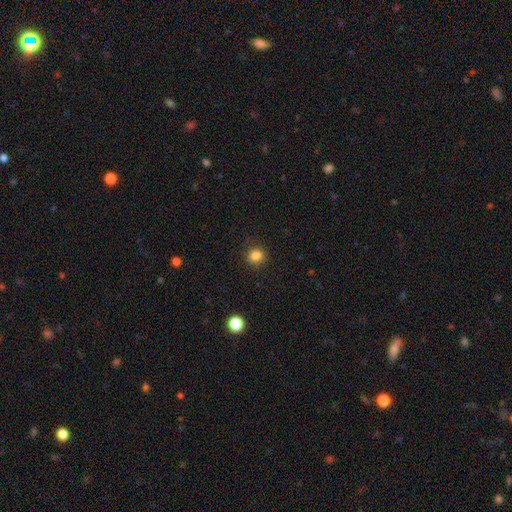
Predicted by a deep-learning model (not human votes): A smooth galaxy with no disk features (85%) that is round (86%). Merging: none (89%).